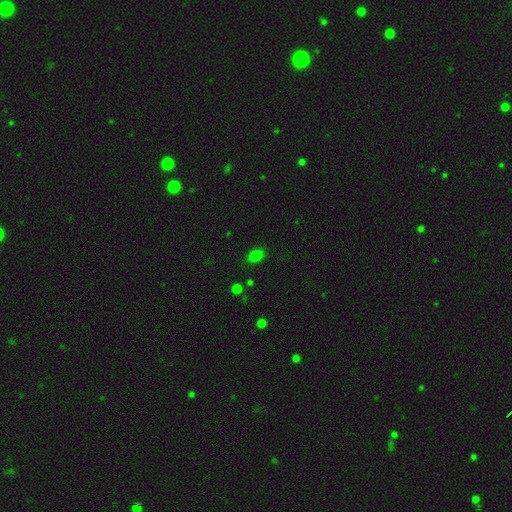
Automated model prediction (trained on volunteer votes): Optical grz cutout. It shows a smooth galaxy with no disk features (77%) that is in between round and cigar-shaped (69%). Merging: none (83%).